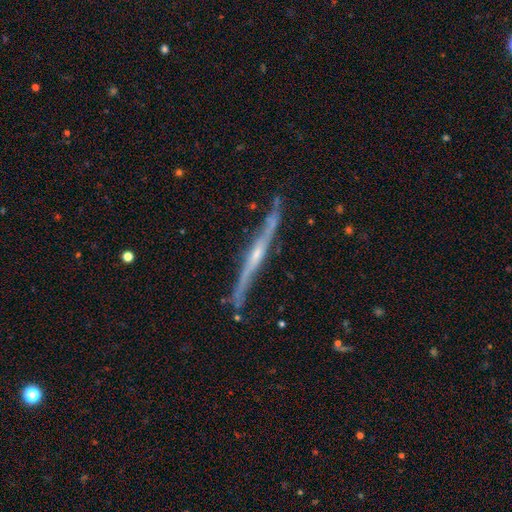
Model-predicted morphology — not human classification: Smooth or featured? featured or disk (85%)
Edge-on disk? yes (95%)
Edge-on bulge? rounded (68%)
Merging? none (78%)